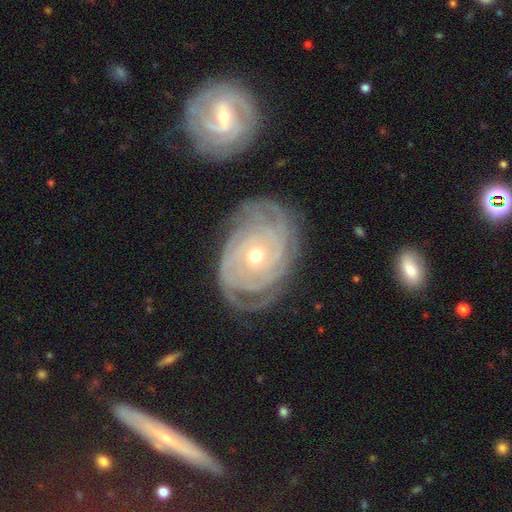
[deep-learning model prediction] smooth-or-featured: featured or disk: 89% | smooth: 6% | star or artifact: 5%
  disk-edge-on: no: 96% | yes: 4%
    bar: no: 72% | weak: 19% | strong: 9%
    has-spiral-arms: yes: 97% | no: 3%
      spiral-winding: tight: 85% | medium: 12% | loose: 3%
      spiral-arm-count: can't tell: 28% | 3: 21% | 4: 19% | 2: 15% | more than 4: 11% | 1: 7%
    bulge-size: moderate: 57% | small: 39% | large: 2% | dominant: 1% | none: 1%
  merging: none: 73% | minor disturbance: 17% | major disturbance: 6% | merger: 4%